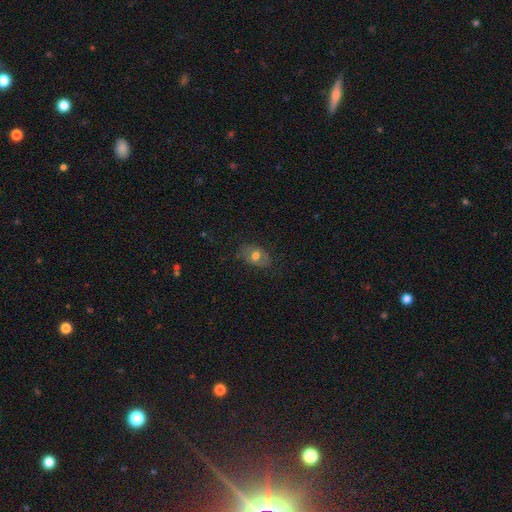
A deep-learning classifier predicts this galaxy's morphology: A smooth galaxy with no disk features (63%) that is in between round and cigar-shaped (81%).

Vote fractions:
- Smooth or featured? smooth: 63% / featured or disk: 28% / star or artifact: 9%
- How rounded? in between: 81% / round: 18% / cigar-shaped: 1%
- Merging? none: 73% / minor disturbance: 20% / major disturbance: 6% / merger: 1%